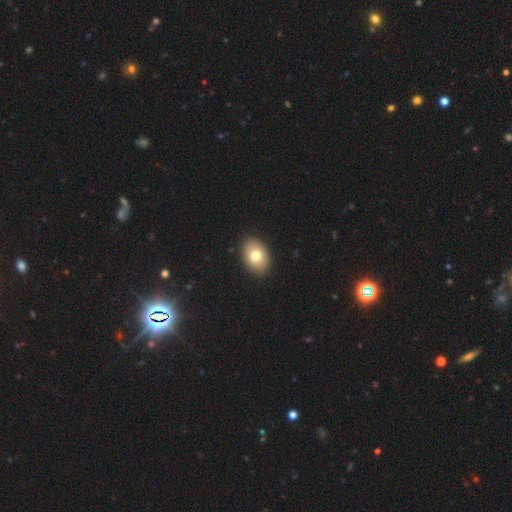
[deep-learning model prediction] smooth 77%, featured or disk 16%, star or artifact 8%. Down the decision tree: how rounded — in between (83%); merging — none (90%).